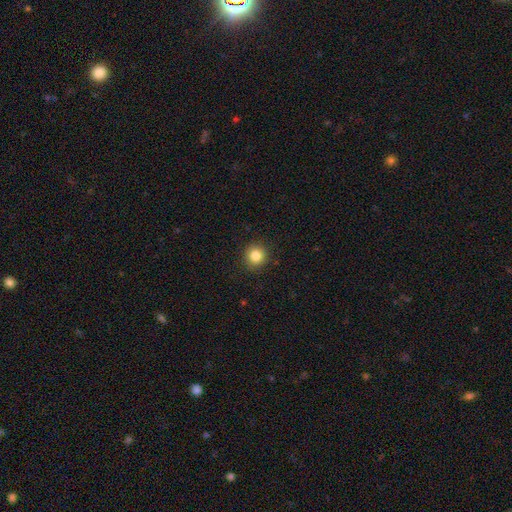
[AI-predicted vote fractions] A smooth galaxy with no disk features (85%) that is round (92%).

Vote fractions:
- Smooth or featured? smooth: 85% / star or artifact: 10% / featured or disk: 5%
- How rounded? round: 92% / in between: 7% / cigar-shaped: 1%
- Merging? none: 92% / minor disturbance: 6% / major disturbance: 2% / merger: 1%